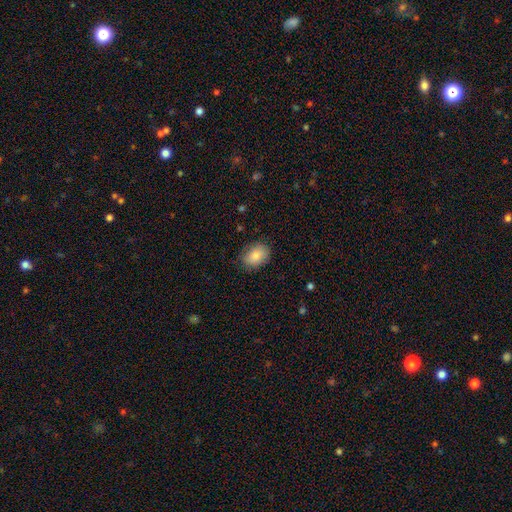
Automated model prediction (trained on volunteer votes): smooth-or-featured: smooth: 84% | featured or disk: 9% | star or artifact: 7%
  how-rounded: in between: 68% | round: 31% | cigar-shaped: 1%
  merging: none: 80% | minor disturbance: 15% | major disturbance: 4% | merger: 1%